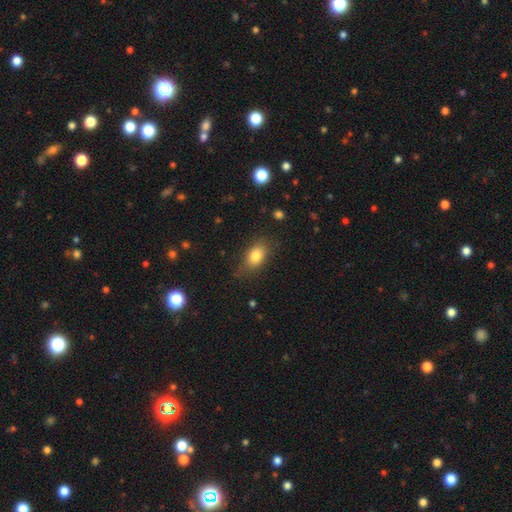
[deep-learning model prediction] This appears to be a smooth galaxy with no disk features (82%) that is in between round and cigar-shaped (84%). Merging: none (75%).